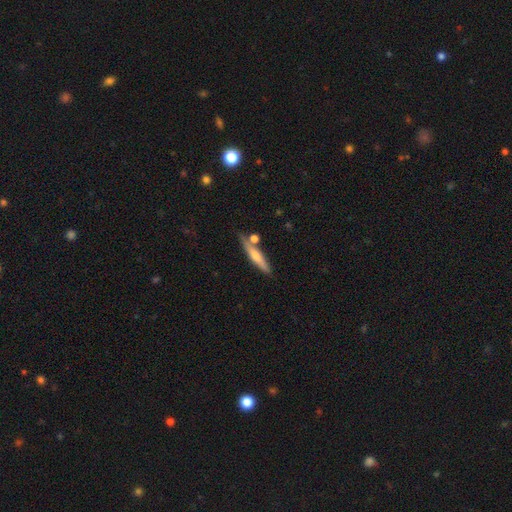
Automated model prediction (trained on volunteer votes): smooth-or-featured: smooth: 54% | featured or disk: 40% | star or artifact: 6%
  how-rounded: cigar-shaped: 88% | in between: 10% | round: 2%
  merging: none: 69% | minor disturbance: 15% | merger: 12% | major disturbance: 4%